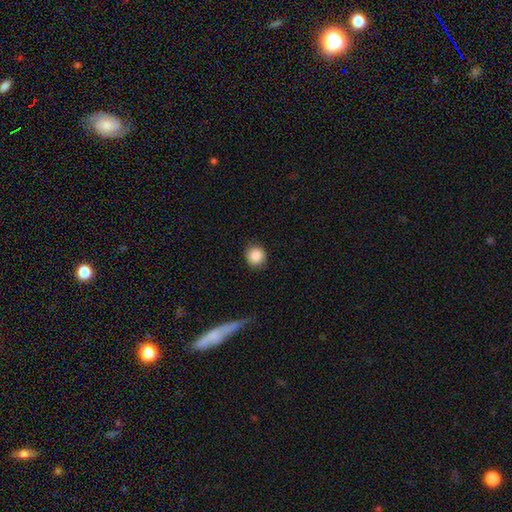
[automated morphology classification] Smooth or featured? Predicted: smooth (p=0.88). How rounded? Predicted: round (p=0.90). Merging? Predicted: none (p=0.89).